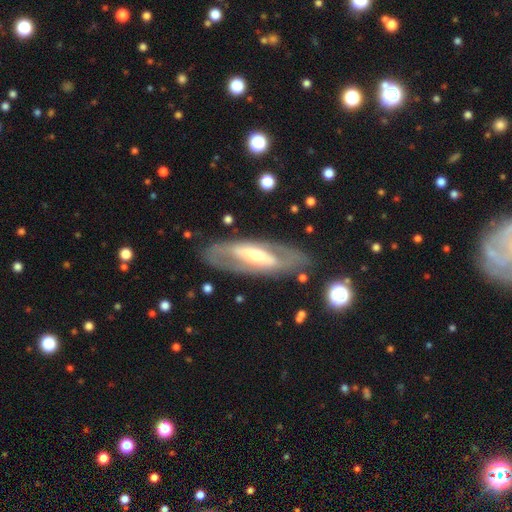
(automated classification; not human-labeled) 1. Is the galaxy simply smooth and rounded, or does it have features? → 73% featured or disk, 22% smooth, 6% star or artifact.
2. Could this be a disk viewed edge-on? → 79% no, 21% yes.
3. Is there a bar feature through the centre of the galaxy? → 39% strong, 35% no, 26% weak.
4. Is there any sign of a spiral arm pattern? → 55% no, 45% yes.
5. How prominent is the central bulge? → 51% moderate, 36% small, 10% large, 2% dominant, 2% none.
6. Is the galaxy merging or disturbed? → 79% none, 12% minor disturbance, 7% major disturbance, 2% merger.